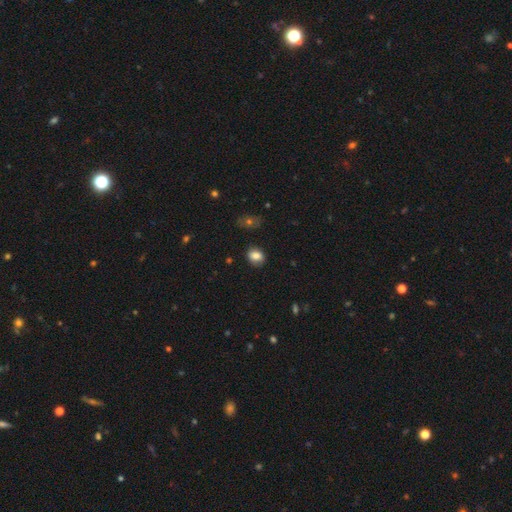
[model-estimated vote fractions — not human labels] This is likely a smooth galaxy (80%). How rounded: possibly in between (59%). Merging: clearly none (81%).